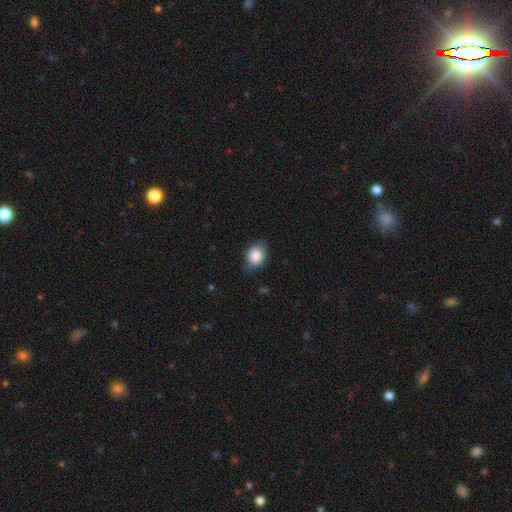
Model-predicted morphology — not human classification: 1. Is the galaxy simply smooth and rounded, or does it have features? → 86% smooth, 8% star or artifact, 6% featured or disk.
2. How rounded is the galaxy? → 64% in between, 35% round, 1% cigar-shaped.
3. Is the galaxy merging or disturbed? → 75% none, 20% minor disturbance, 4% major disturbance, 1% merger.